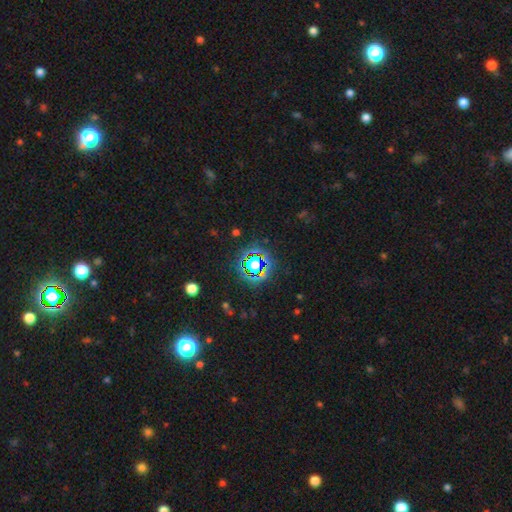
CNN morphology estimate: type=star or artifact (70%).